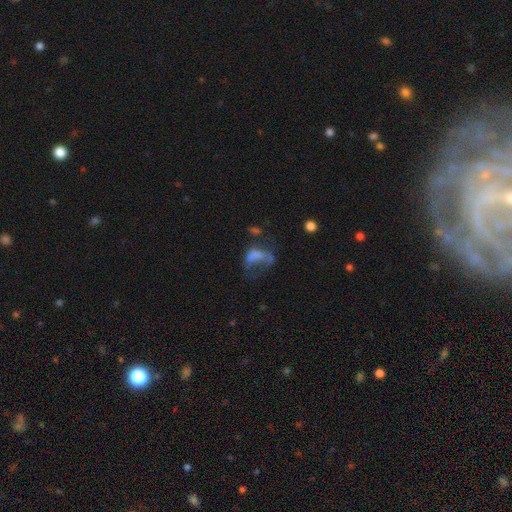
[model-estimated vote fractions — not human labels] Morphology: type=smooth (47%); merging=major disturbance (54%).